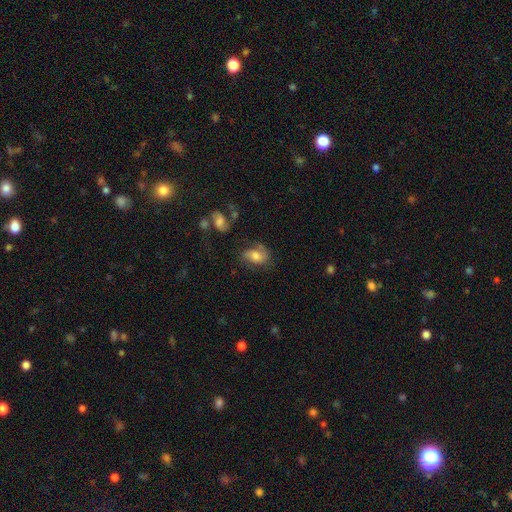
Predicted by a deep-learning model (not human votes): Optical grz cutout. It shows a smooth galaxy with no disk features (50%) that is in between round and cigar-shaped (79%). Merging: none (49%).